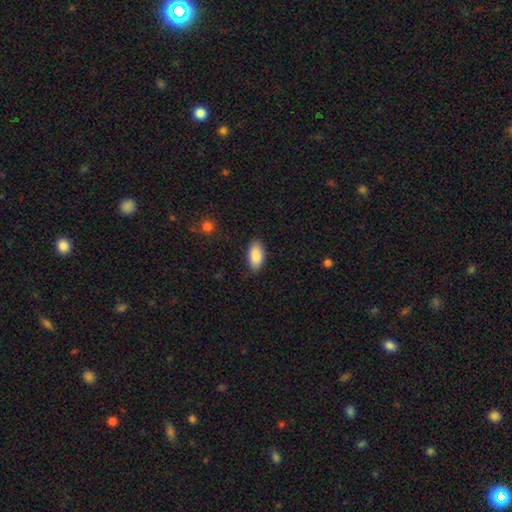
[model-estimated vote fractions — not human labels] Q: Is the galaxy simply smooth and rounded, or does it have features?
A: smooth — 89%.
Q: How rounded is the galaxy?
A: in between — 93%.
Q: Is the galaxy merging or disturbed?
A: none — 86%.